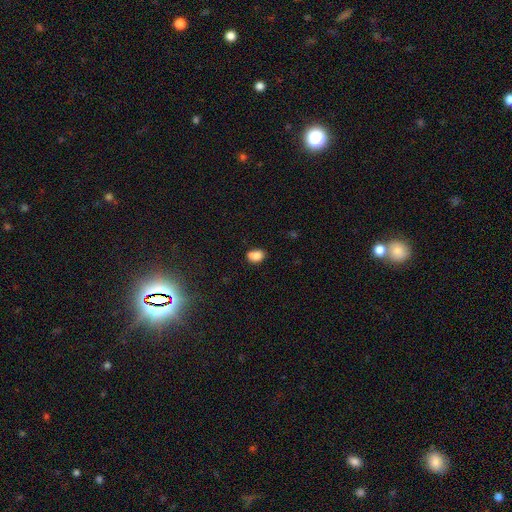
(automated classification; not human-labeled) smooth 81%, star or artifact 10%, featured or disk 9%. Down the decision tree: how rounded — in between (65%); merging — none (54%).